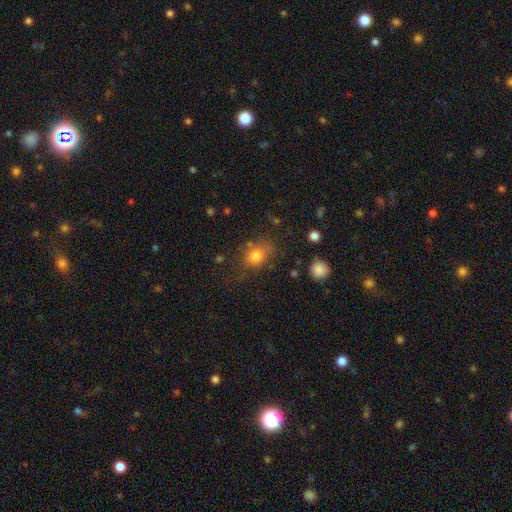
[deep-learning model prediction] This is likely a smooth galaxy (78%). How rounded: possibly round (50%). Merging: likely none (63%).